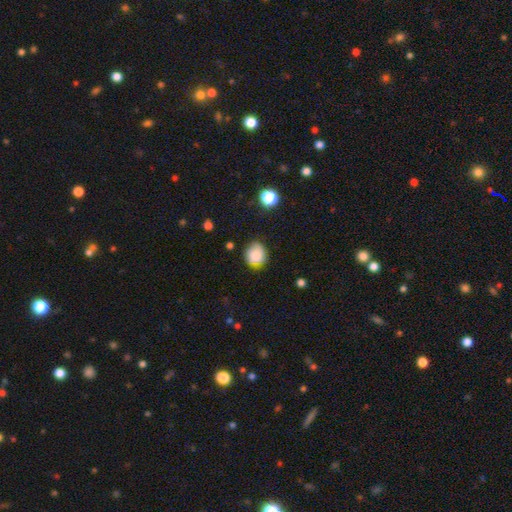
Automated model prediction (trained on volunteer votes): smooth_or_featured: smooth (p=0.79) [alt: featured or disk p=0.11]
how_rounded: round (p=0.74) [alt: in between p=0.26]
merging: none (p=0.70) [alt: minor disturbance p=0.23]